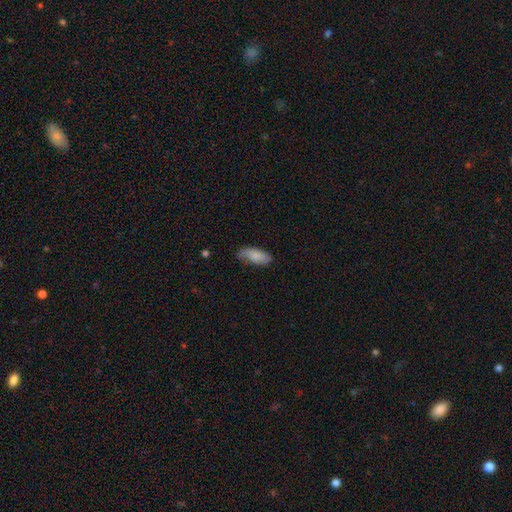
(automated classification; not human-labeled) Smooth or featured: smooth — 80% (featured or disk — 14%)
How rounded: in between — 84% (cigar-shaped — 14%)
Merging: none — 60% (minor disturbance — 30%)